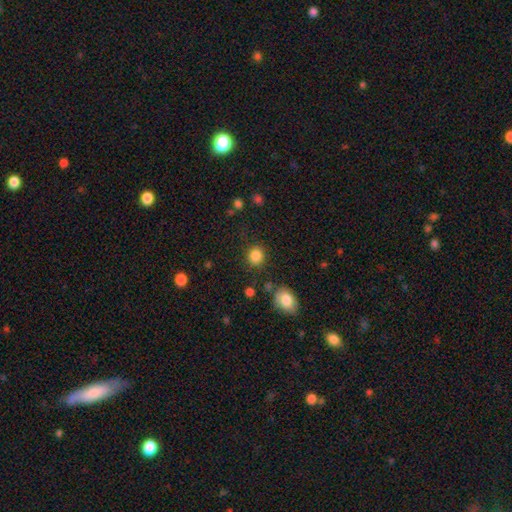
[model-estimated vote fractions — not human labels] smooth_or_featured: smooth (p=0.86) [alt: star or artifact p=0.10]
how_rounded: round (p=0.79) [alt: in between p=0.20]
merging: none (p=0.85) [alt: minor disturbance p=0.09]